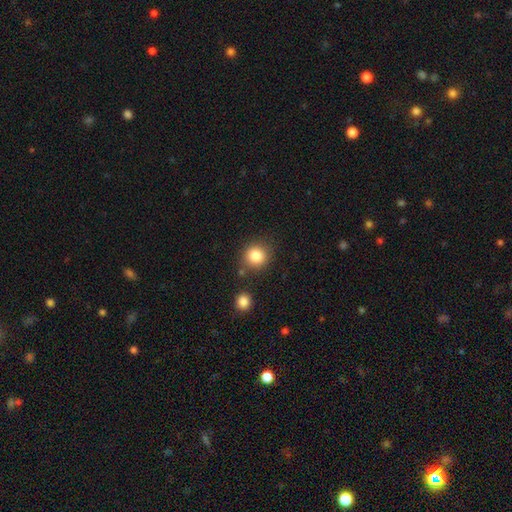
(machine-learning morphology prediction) This appears to be a smooth galaxy with no disk features (84%) that is round (87%). Merging: none (79%).